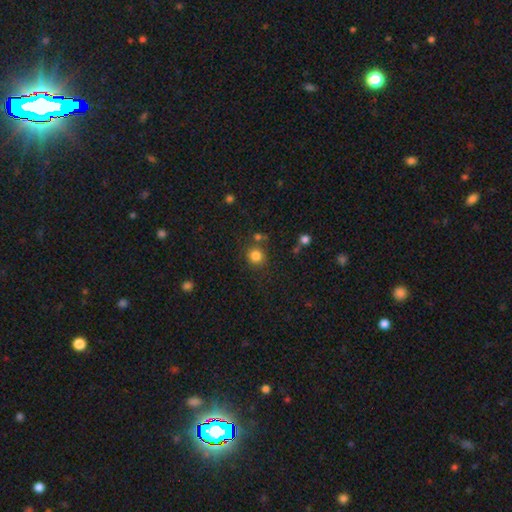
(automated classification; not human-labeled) This appears to be a smooth galaxy with no disk features (82%) that is round (90%). Merging: none (78%).